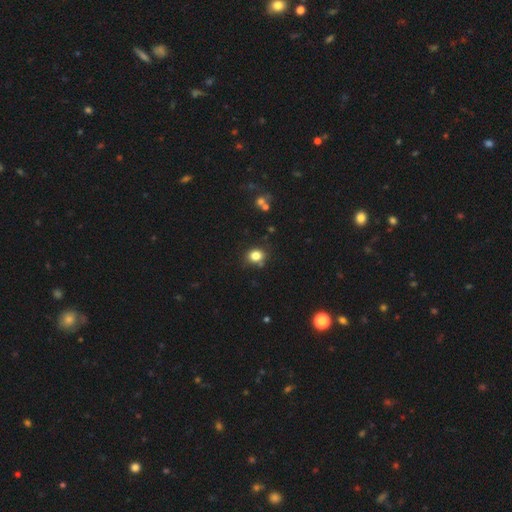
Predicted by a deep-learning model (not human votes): This is clearly a smooth galaxy (82%). How rounded: likely round (64%). Merging: likely none (78%).